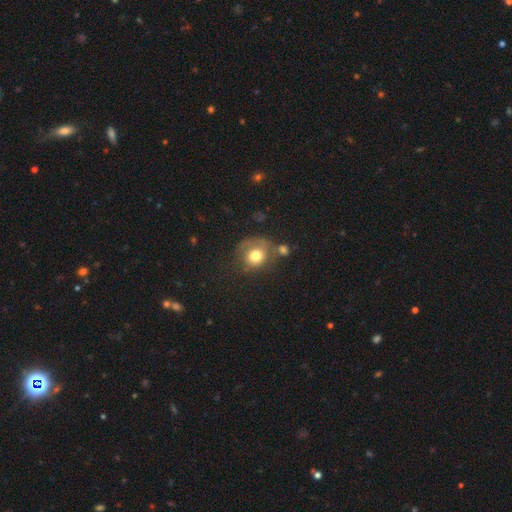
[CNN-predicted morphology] type=smooth (71%); roundness=round (76%); merging=none (45%).